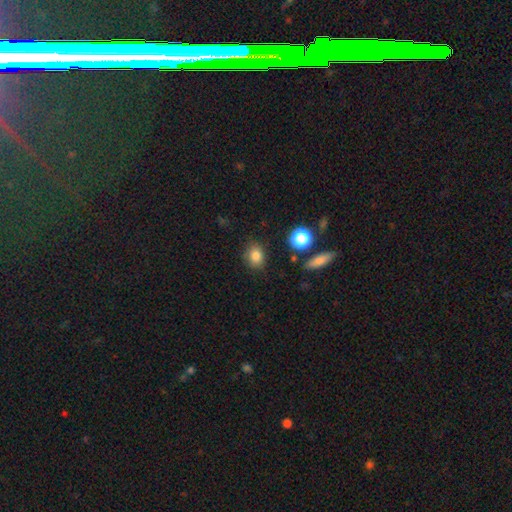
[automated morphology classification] smooth-or-featured: smooth: 82% | star or artifact: 11% | featured or disk: 7%
  how-rounded: in between: 50% | round: 49% | cigar-shaped: 1%
  merging: none: 82% | minor disturbance: 12% | major disturbance: 3% | merger: 3%